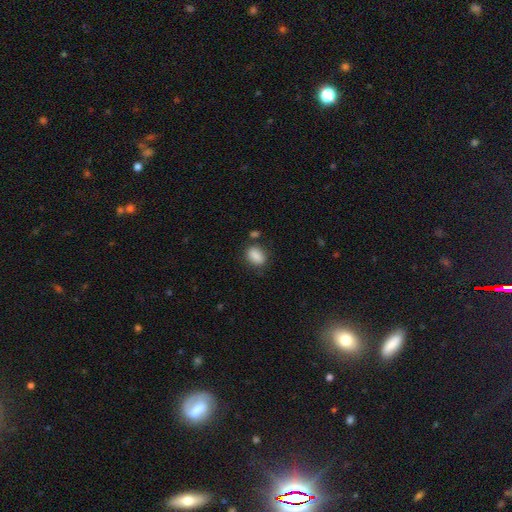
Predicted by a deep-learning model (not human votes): Smooth or featured? smooth (87%)
How rounded? in between (79%)
Merging? none (72%)